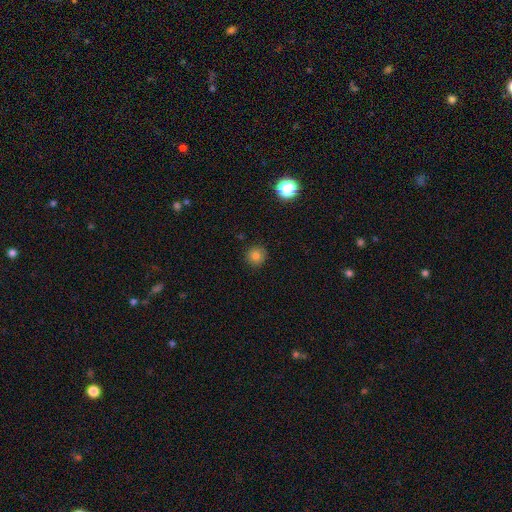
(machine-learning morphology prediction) smooth 80%, star or artifact 13%, featured or disk 6%. Down the decision tree: how rounded — round (94%); merging — none (90%).